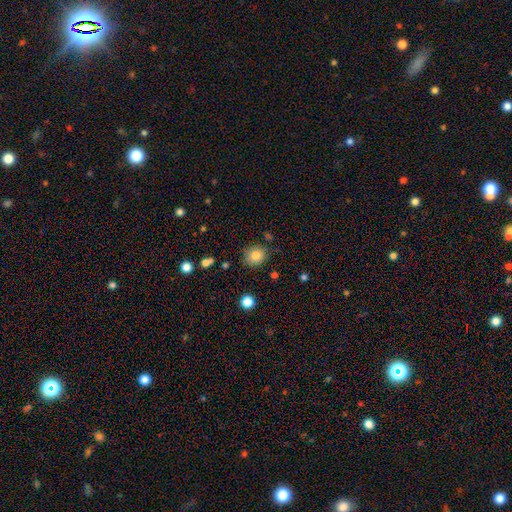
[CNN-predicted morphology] smooth_or_featured: smooth (p=0.83) [alt: star or artifact p=0.11]
how_rounded: round (p=0.82) [alt: in between p=0.17]
merging: none (p=0.82) [alt: minor disturbance p=0.12]